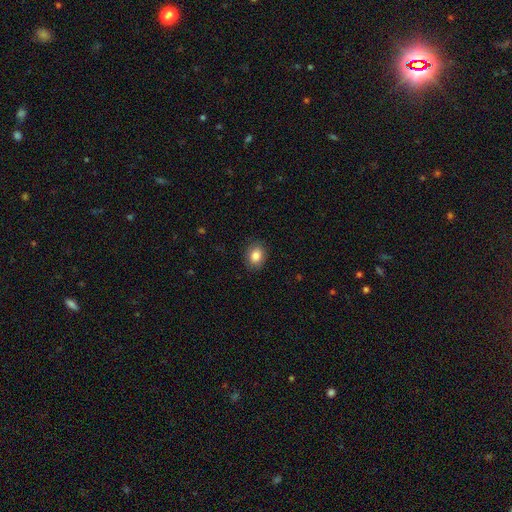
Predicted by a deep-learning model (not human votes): Morphology: type=smooth (84%); roundness=in between (53%); merging=none (87%).